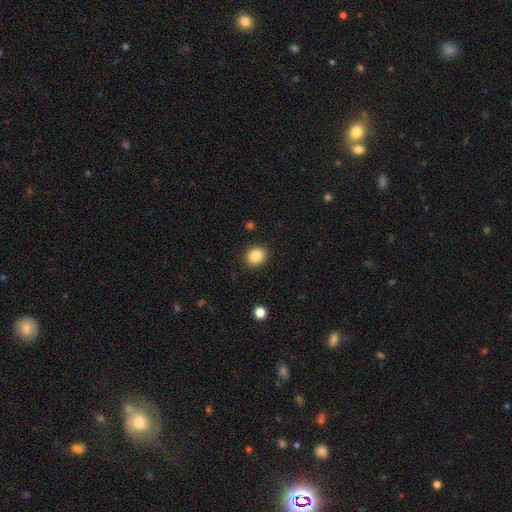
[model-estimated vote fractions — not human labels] A smooth galaxy with no disk features (86%) that is round (68%).

Vote fractions:
- Smooth or featured? smooth: 86% / star or artifact: 9% / featured or disk: 5%
- How rounded? round: 68% / in between: 31% / cigar-shaped: 1%
- Merging? none: 90% / minor disturbance: 7% / major disturbance: 2% / merger: 1%